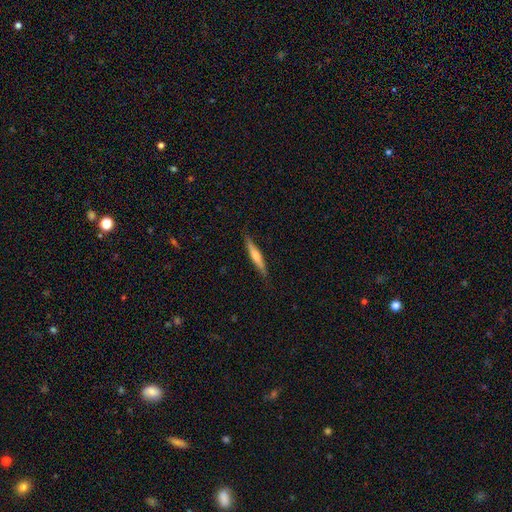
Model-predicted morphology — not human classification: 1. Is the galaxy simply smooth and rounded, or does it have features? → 54% smooth, 40% featured or disk, 6% star or artifact.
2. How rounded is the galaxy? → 93% cigar-shaped, 6% in between, 1% round.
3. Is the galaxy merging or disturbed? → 86% none, 11% minor disturbance, 2% major disturbance, 1% merger.